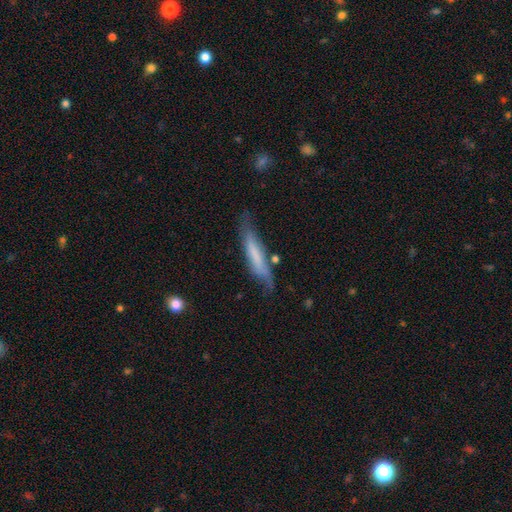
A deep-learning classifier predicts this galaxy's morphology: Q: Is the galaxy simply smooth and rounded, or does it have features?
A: smooth — 58%.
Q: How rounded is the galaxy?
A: cigar-shaped — 87%.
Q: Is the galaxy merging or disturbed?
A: none — 61%.